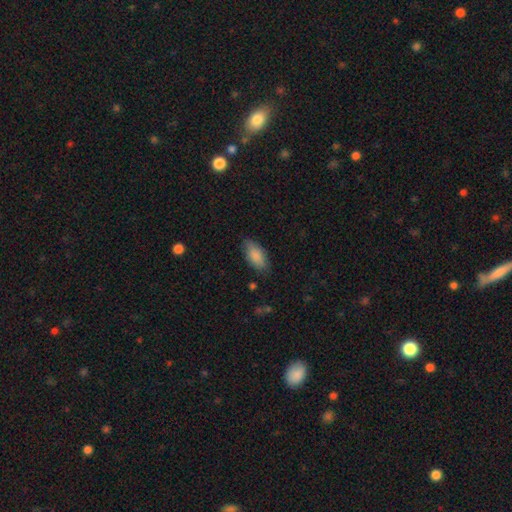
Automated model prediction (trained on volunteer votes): This is clearly a smooth galaxy (86%). How rounded: clearly in between (88%). Merging: likely none (79%).